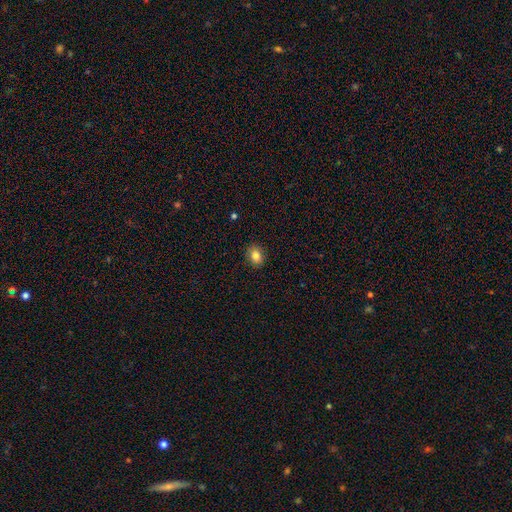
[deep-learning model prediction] Smooth or featured?
  - smooth: 84% *
  - star or artifact: 10%
  - featured or disk: 7%
How rounded?
  - in between: 57% *
  - round: 42%
  - cigar-shaped: 1%
Merging?
  - none: 88% *
  - minor disturbance: 9%
  - major disturbance: 2%
  - merger: 1%